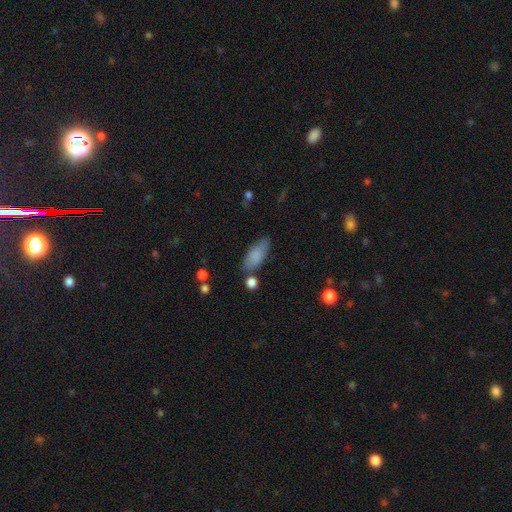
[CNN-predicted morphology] A smooth galaxy with no disk features (84%) that is in between round and cigar-shaped (81%).

Vote fractions:
- Smooth or featured? smooth: 84% / featured or disk: 9% / star or artifact: 7%
- How rounded? in between: 81% / cigar-shaped: 16% / round: 3%
- Merging? none: 72% / minor disturbance: 17% / merger: 7% / major disturbance: 4%